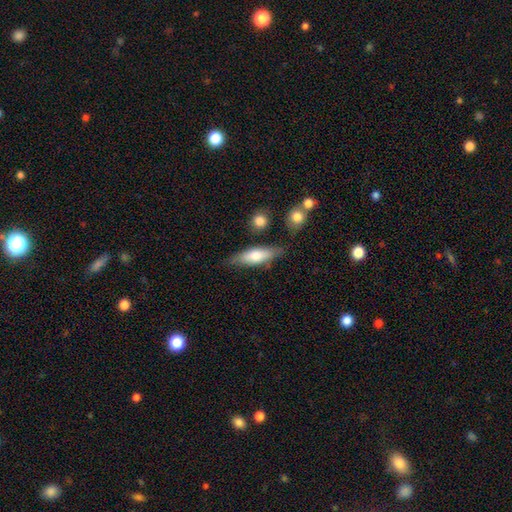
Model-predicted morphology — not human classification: Smooth or featured? Predicted: smooth (p=0.66). How rounded? Predicted: in between (p=0.50). Merging? Predicted: none (p=0.74).